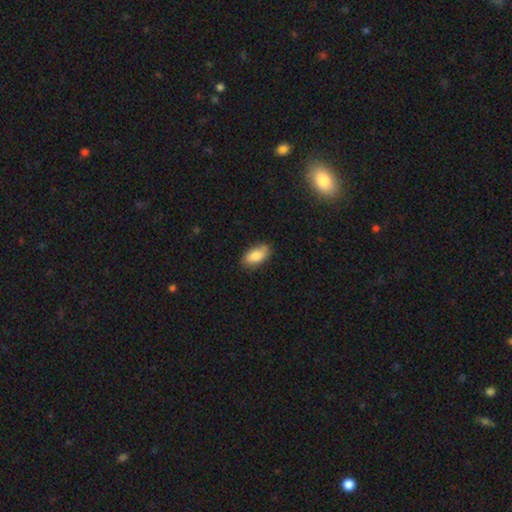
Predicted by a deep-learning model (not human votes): Smooth or featured?
  - smooth: 82% *
  - featured or disk: 11%
  - star or artifact: 7%
How rounded?
  - in between: 92% *
  - cigar-shaped: 4%
  - round: 4%
Merging?
  - none: 75% *
  - minor disturbance: 20%
  - major disturbance: 3%
  - merger: 2%